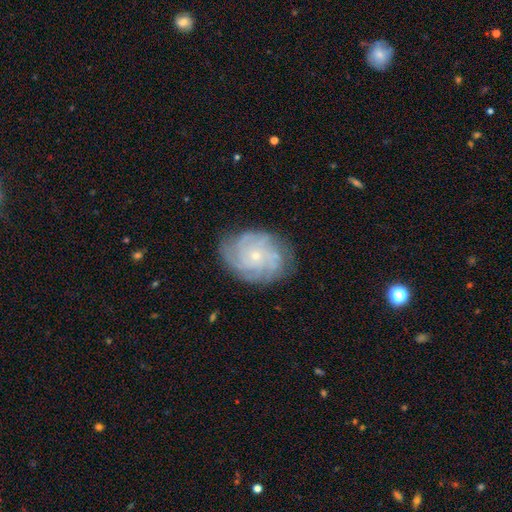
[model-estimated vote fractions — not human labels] Overall: featured or disk (79%). Edge-on disk: no (97%). Bar: no (81%). Spiral arms: yes (95%). Spiral arm count: can't tell (32%; 4 26%). Spiral winding: tight (69%). Bulge size: small (78%). Merging: none (79%).